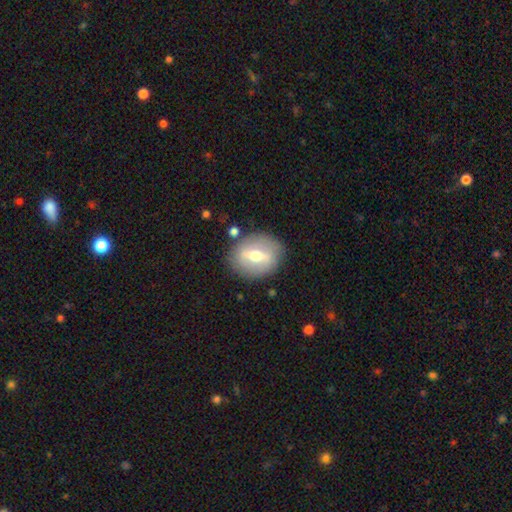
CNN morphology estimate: smooth-or-featured: featured or disk: 54% | smooth: 39% | star or artifact: 7%
  disk-edge-on: no: 81% | yes: 19%
  merging: none: 81% | minor disturbance: 12% | major disturbance: 4% | merger: 3%